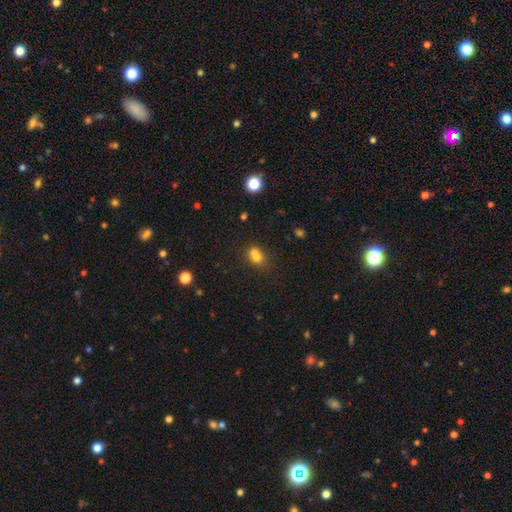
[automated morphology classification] Smooth or featured?
  - smooth: 70% *
  - featured or disk: 15%
  - star or artifact: 14%
How rounded?
  - round: 54% *
  - in between: 44%
  - cigar-shaped: 2%
Merging?
  - merger: 54% *
  - none: 32%
  - minor disturbance: 10%
  - major disturbance: 4%